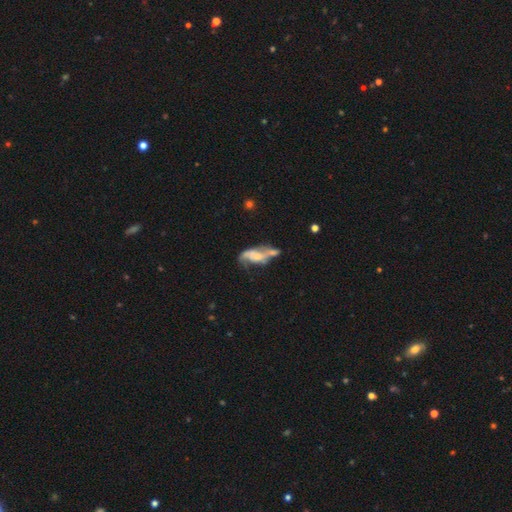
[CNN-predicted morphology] Smooth or featured: featured or disk — 57% (smooth — 35%)
Edge-on disk: no — 90% (yes — 10%)
Bar: no — 68% (weak — 23%)
Spiral arms: yes — 59% (no — 41%)
Bulge size: small — 35% (none — 30%)
Merging: merger — 39% (major disturbance — 22%)